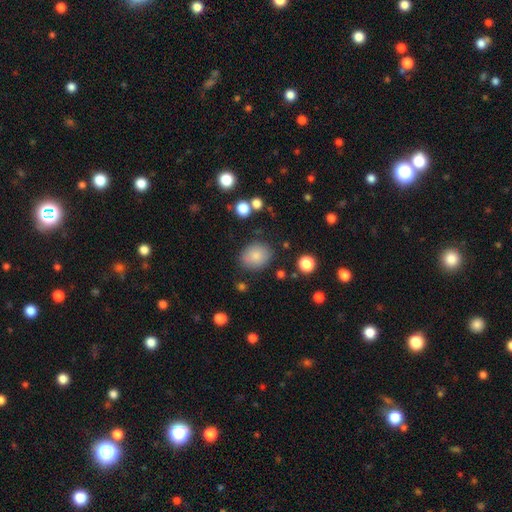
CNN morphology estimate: The model was most divided on "how rounded": round: 54%, in between: 45%, cigar-shaped: 1%. More confident: merging — none (81%); smooth or featured — smooth (81%).